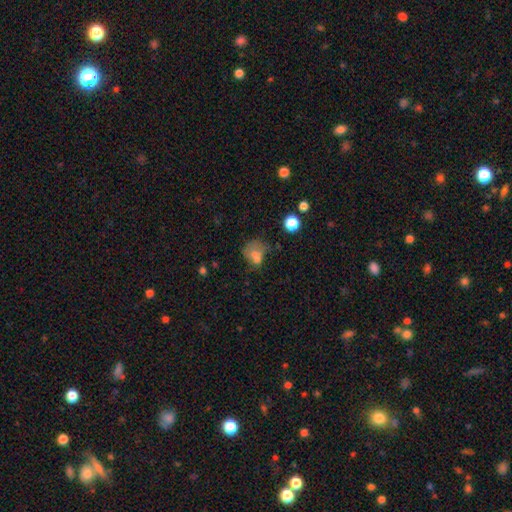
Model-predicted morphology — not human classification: Smooth or featured?
  - smooth: 66% *
  - featured or disk: 19%
  - star or artifact: 16%
How rounded?
  - round: 50% *
  - in between: 49%
  - cigar-shaped: 1%
Merging?
  - none: 28% *
  - merger: 26%
  - major disturbance: 25%
  - minor disturbance: 22%